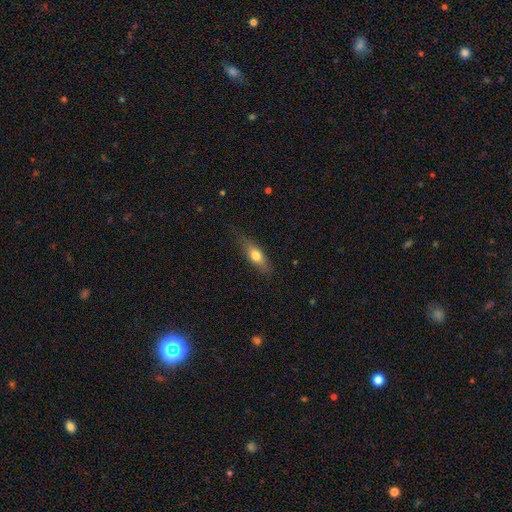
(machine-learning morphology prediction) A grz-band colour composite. It shows a smooth galaxy with no disk features (65%) that is in between round and cigar-shaped (56%). Merging: none (78%).